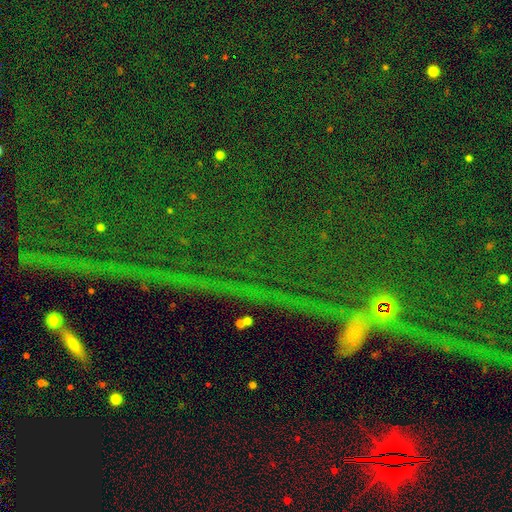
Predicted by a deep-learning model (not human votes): smooth-or-featured: star or artifact: 83% | featured or disk: 9% | smooth: 9%